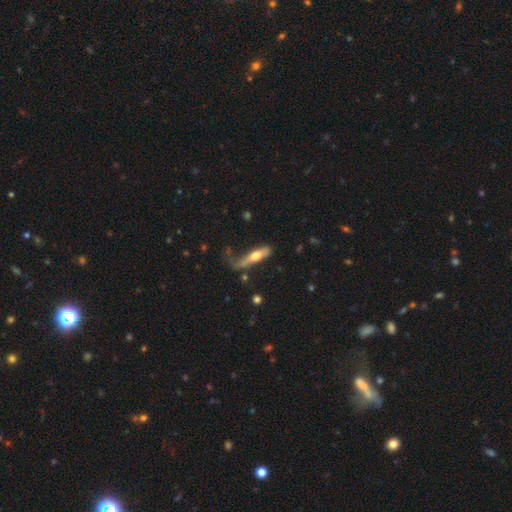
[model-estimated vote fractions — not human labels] This is possibly a smooth galaxy (50%). Merging: marginally none (34%).